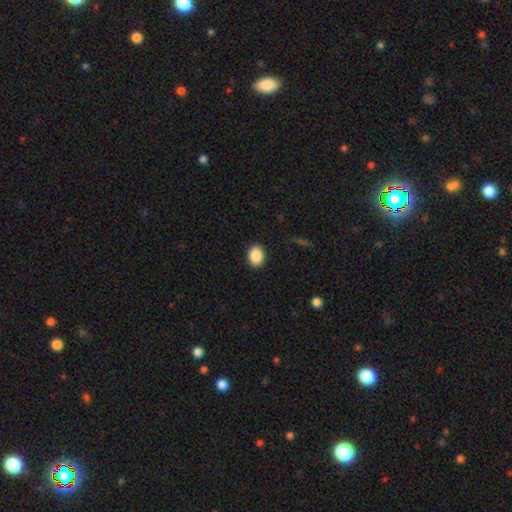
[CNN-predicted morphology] Smooth or featured? Predicted: smooth (p=0.88). How rounded? Predicted: in between (p=0.59). Merging? Predicted: none (p=0.91).